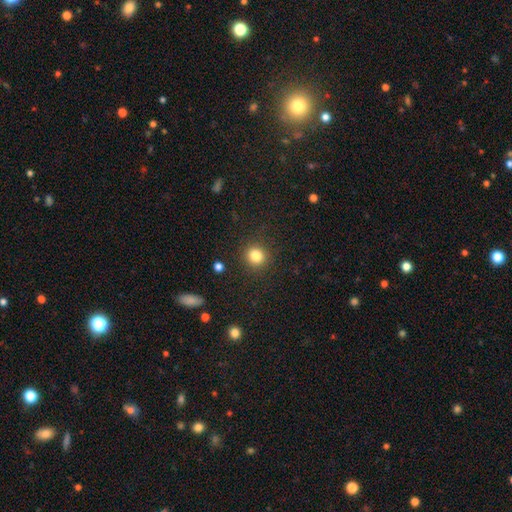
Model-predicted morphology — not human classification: Smooth or featured? Predicted: smooth (p=0.83). How rounded? Predicted: round (p=0.91). Merging? Predicted: none (p=0.90).